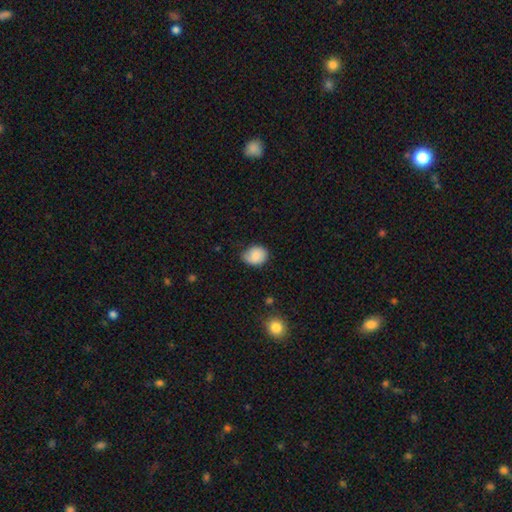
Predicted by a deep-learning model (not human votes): smooth-or-featured: smooth: 82% | featured or disk: 11% | star or artifact: 8%
  how-rounded: round: 52% | in between: 47% | cigar-shaped: 1%
  merging: none: 62% | minor disturbance: 31% | major disturbance: 6% | merger: 1%